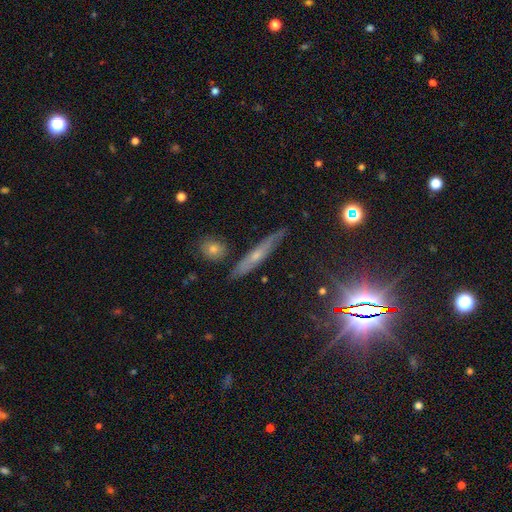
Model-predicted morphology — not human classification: A featured or disk galaxy (52%) viewed edge-on (85%). Merging: none (80%).